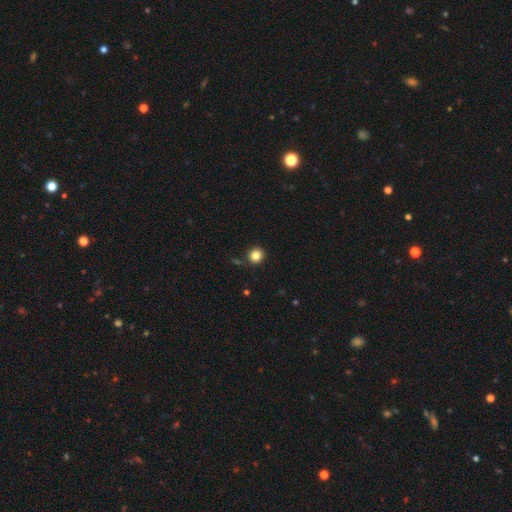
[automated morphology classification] Smooth or featured? Predicted: smooth (p=0.84). How rounded? Predicted: round (p=0.90). Merging? Predicted: none (p=0.87).